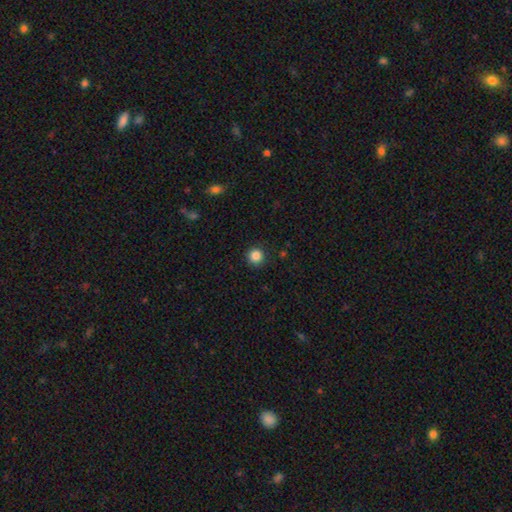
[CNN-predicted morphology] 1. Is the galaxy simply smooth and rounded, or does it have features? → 86% smooth, 11% star or artifact, 3% featured or disk.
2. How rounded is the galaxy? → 95% round, 4% in between, 1% cigar-shaped.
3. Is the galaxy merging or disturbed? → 90% none, 7% minor disturbance, 2% major disturbance, 1% merger.